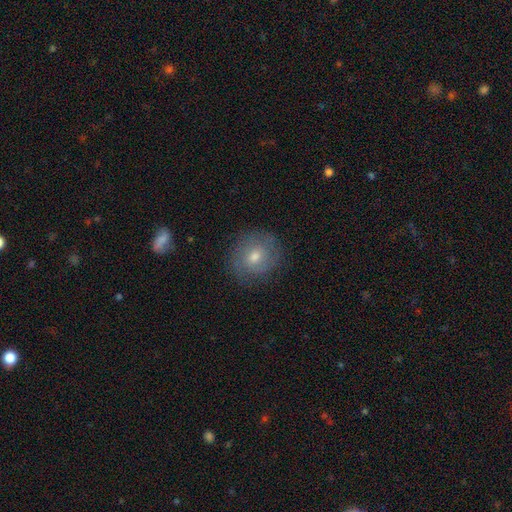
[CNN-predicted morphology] Overall: smooth (48%; featured or disk 40%). Merging: none (81%).